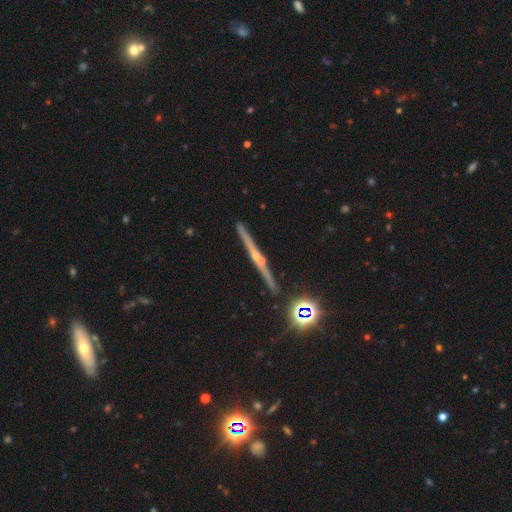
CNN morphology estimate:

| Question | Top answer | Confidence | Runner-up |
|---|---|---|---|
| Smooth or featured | featured or disk | 73% | smooth (14%) |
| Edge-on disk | yes | 96% | no (4%) |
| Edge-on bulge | rounded | 69% | none (20%) |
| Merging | none | 86% | minor disturbance (8%) |